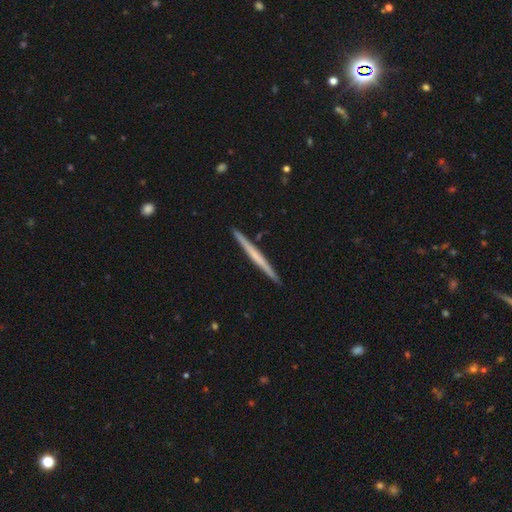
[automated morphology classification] The model was most divided on "smooth or featured": featured or disk: 55%, smooth: 40%, star or artifact: 5%. More confident: edge-on disk — yes (98%); merging — none (93%); edge-on bulge — none (84%).